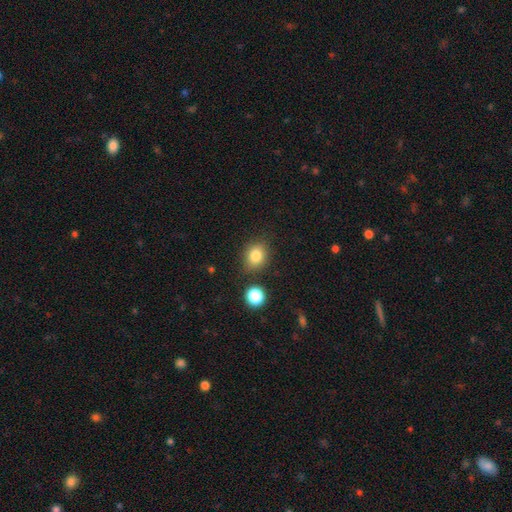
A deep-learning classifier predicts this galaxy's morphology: The model was most divided on "how rounded": round: 54%, in between: 45%, cigar-shaped: 1%. More confident: smooth or featured — smooth (83%); merging — none (77%).